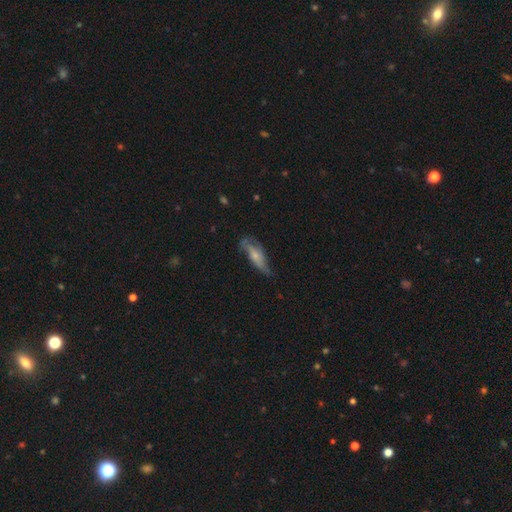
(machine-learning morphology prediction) smooth-or-featured: featured or disk: 50% | smooth: 42% | star or artifact: 8%
  merging: none: 43% | minor disturbance: 33% | major disturbance: 22% | merger: 3%